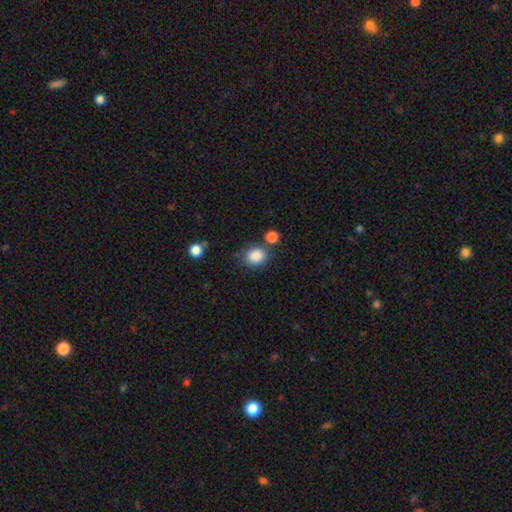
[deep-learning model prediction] Q: Smooth or featured?
A: smooth (86%); runner-up: star or artifact (9%)
Q: How rounded?
A: round (60%); runner-up: in between (39%)
Q: Merging?
A: none (68%); runner-up: minor disturbance (15%)